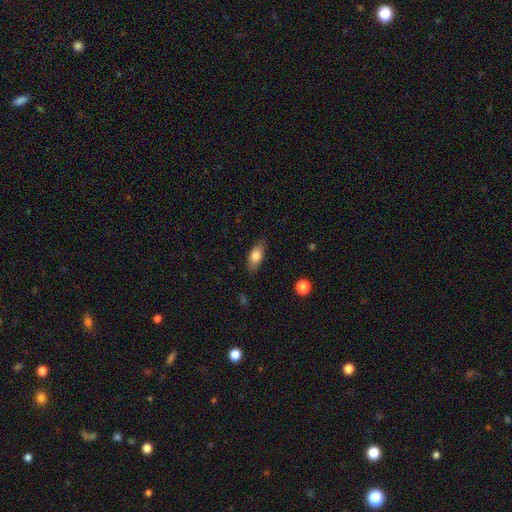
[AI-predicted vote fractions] smooth 78%, featured or disk 15%, star or artifact 7%. Down the decision tree: how rounded — in between (84%); merging — none (82%).